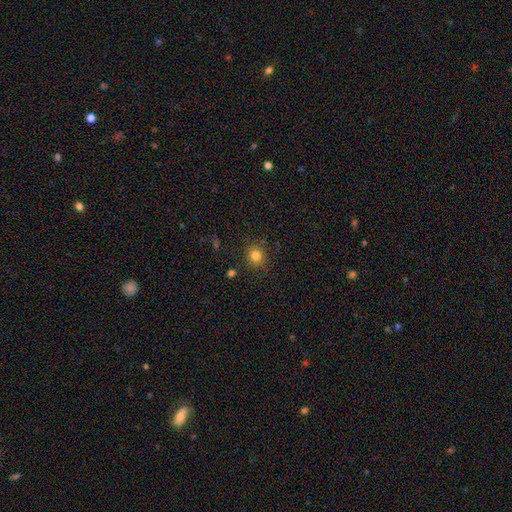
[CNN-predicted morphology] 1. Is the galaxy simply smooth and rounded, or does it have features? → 82% smooth, 12% star or artifact, 6% featured or disk.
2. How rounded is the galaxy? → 86% round, 14% in between, 1% cigar-shaped.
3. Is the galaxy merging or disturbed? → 87% none, 9% minor disturbance, 3% major disturbance, 2% merger.